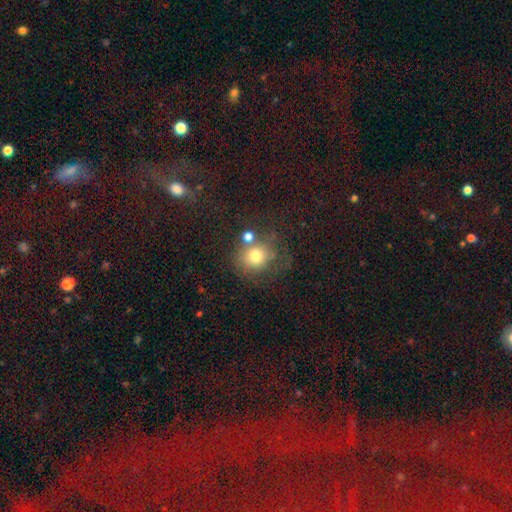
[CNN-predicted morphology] type=smooth (72%); roundness=round (82%); merging=none (53%).